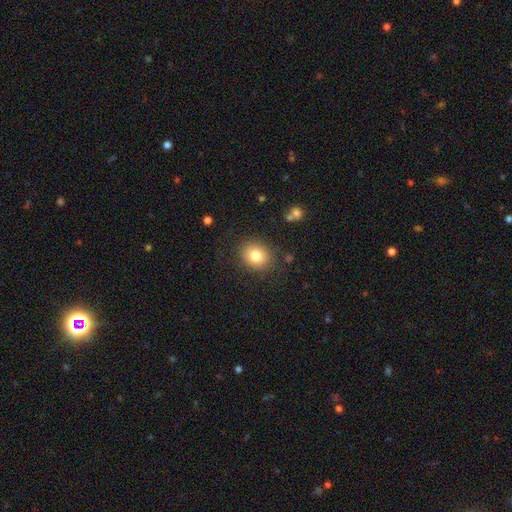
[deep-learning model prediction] Smooth or featured?
  - smooth: 80% *
  - star or artifact: 10%
  - featured or disk: 10%
How rounded?
  - round: 68% *
  - in between: 31%
  - cigar-shaped: 1%
Merging?
  - none: 85% *
  - minor disturbance: 10%
  - major disturbance: 4%
  - merger: 2%